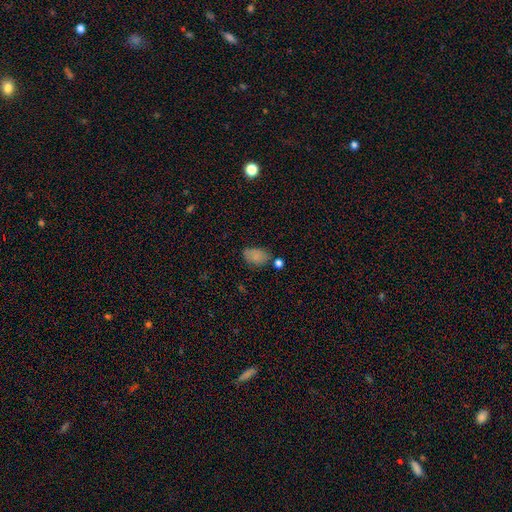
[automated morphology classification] This appears to be a smooth galaxy with no disk features (81%) that is in between round and cigar-shaped (86%). Merging: none (58%).